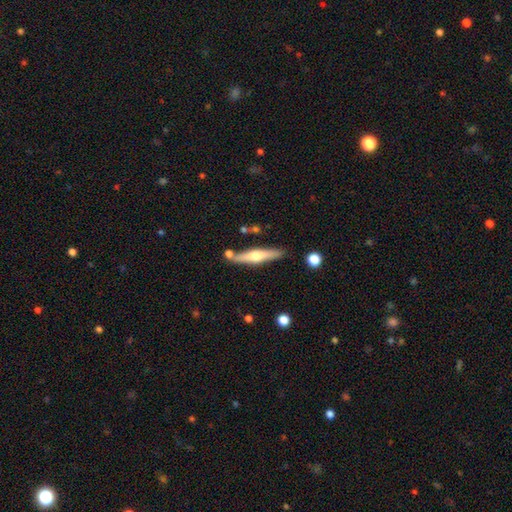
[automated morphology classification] Smooth or featured: featured or disk — 58% (smooth — 37%)
Edge-on disk: yes — 95% (no — 5%)
Edge-on bulge: rounded — 91% (none — 4%)
Merging: none — 79% (minor disturbance — 11%)